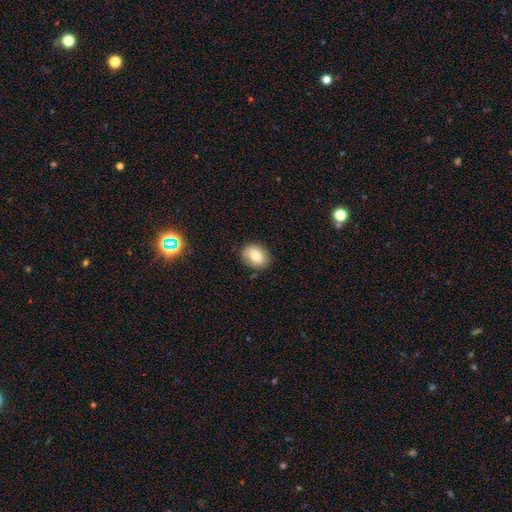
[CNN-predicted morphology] Smooth or featured? Predicted: smooth (p=0.81). How rounded? Predicted: in between (p=0.66). Merging? Predicted: none (p=0.83).